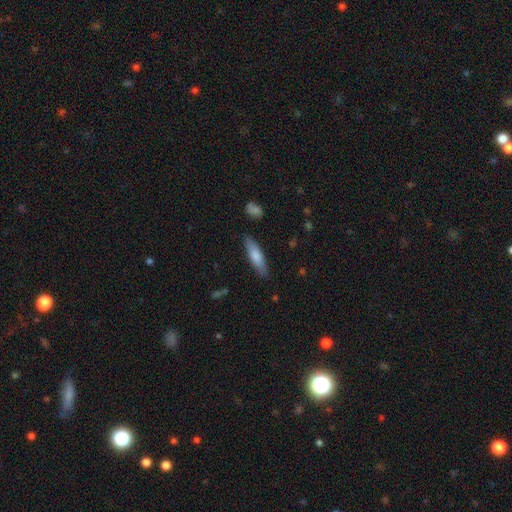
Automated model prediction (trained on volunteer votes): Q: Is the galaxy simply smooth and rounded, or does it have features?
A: smooth — 73%.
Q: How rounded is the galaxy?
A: cigar-shaped — 66%.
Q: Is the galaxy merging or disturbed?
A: none — 85%.